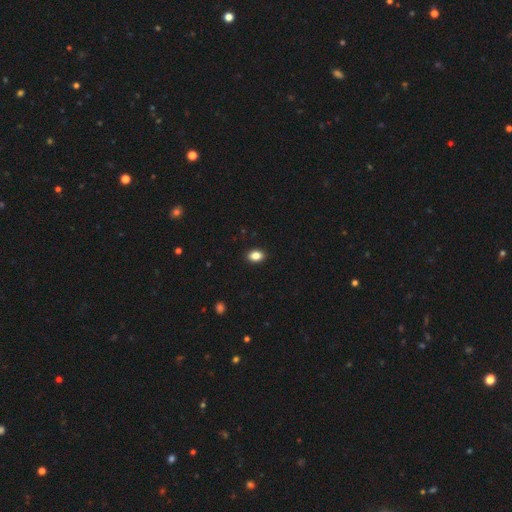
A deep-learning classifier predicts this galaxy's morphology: Smooth or featured? smooth (86%)
How rounded? in between (79%)
Merging? none (90%)